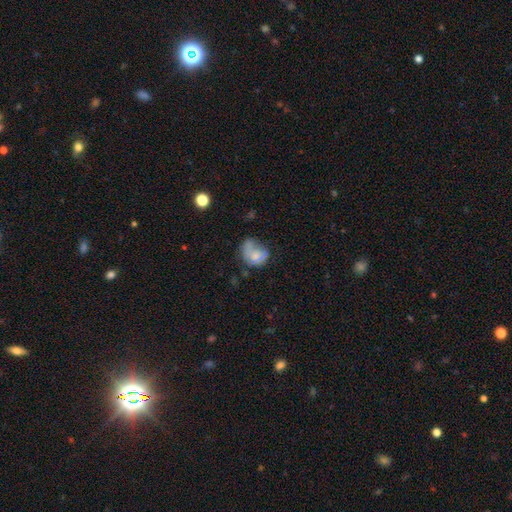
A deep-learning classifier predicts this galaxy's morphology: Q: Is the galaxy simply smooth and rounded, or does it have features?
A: smooth — 61%.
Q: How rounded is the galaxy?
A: round — 50%.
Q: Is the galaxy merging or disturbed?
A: none — 33%.